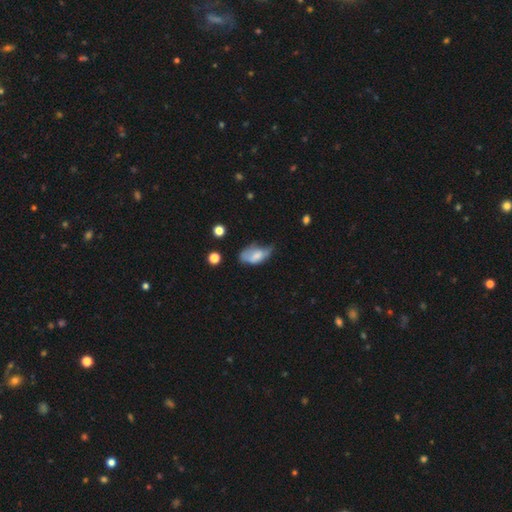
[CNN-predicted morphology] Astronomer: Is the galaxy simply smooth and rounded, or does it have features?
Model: smooth — 66%.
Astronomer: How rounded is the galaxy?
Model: in between — 90%.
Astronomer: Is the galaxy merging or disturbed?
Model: minor disturbance — 43% (runner-up: major disturbance, 29%).